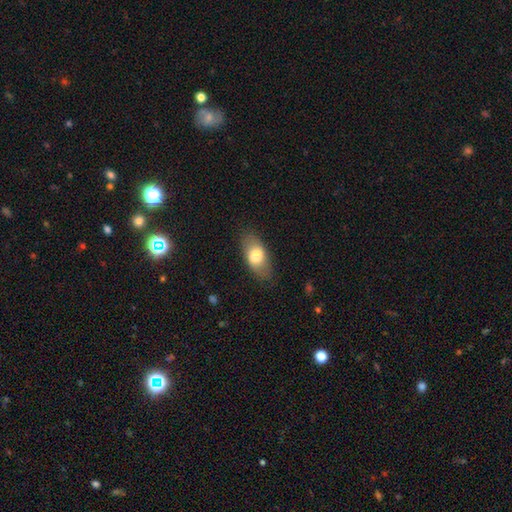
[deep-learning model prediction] smooth-or-featured: smooth: 74% | featured or disk: 19% | star or artifact: 7%
  how-rounded: in between: 88% | cigar-shaped: 7% | round: 6%
  merging: none: 83% | minor disturbance: 12% | major disturbance: 3% | merger: 1%